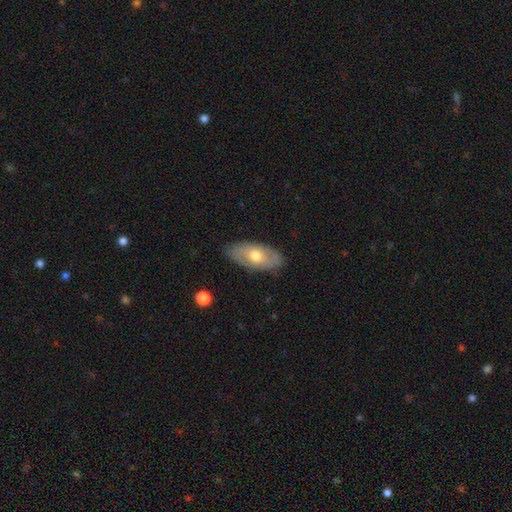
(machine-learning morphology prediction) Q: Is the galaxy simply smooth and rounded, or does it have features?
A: smooth — 54%.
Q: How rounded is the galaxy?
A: in between — 91%.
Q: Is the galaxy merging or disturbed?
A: none — 82%.